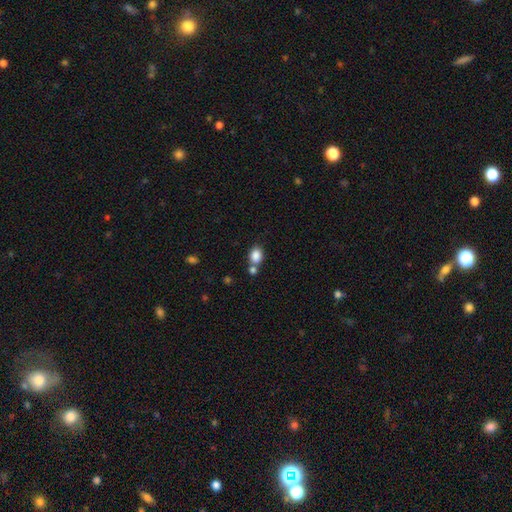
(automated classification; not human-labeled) The model was most divided on "how rounded": in between: 58%, round: 41%, cigar-shaped: 1%. More confident: smooth or featured — smooth (86%); merging — none (56%).